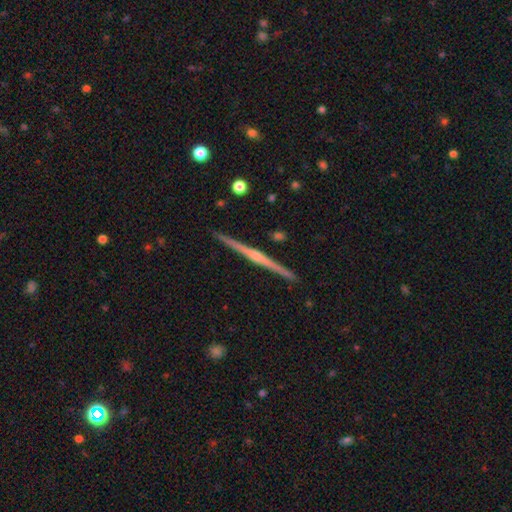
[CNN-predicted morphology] type=featured or disk (81%); edge-on=yes (99%); edge-on bulge=rounded (66%); merging=none (92%).